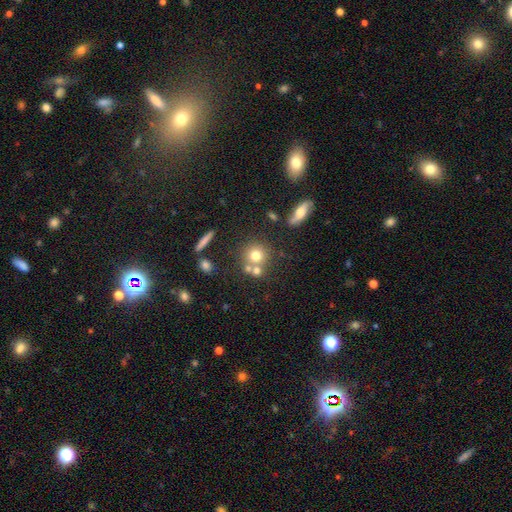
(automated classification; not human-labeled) smooth_or_featured: smooth (p=0.70) [alt: featured or disk p=0.17]
how_rounded: round (p=0.87) [alt: in between p=0.11]
merging: none (p=0.55) [alt: merger p=0.31]